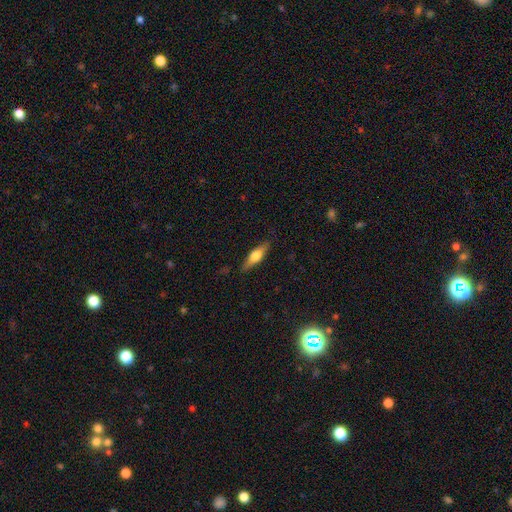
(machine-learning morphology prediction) featured or disk 48%, smooth 45%, star or artifact 6%. Down the decision tree: merging — none (85%).